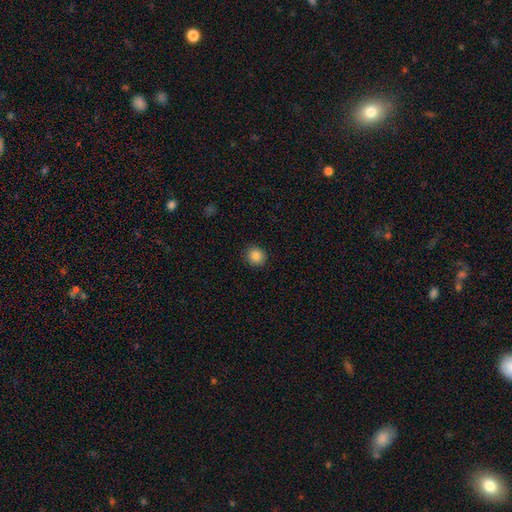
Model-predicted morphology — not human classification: A smooth galaxy with no disk features (84%) that is round (87%). Merging: none (91%).